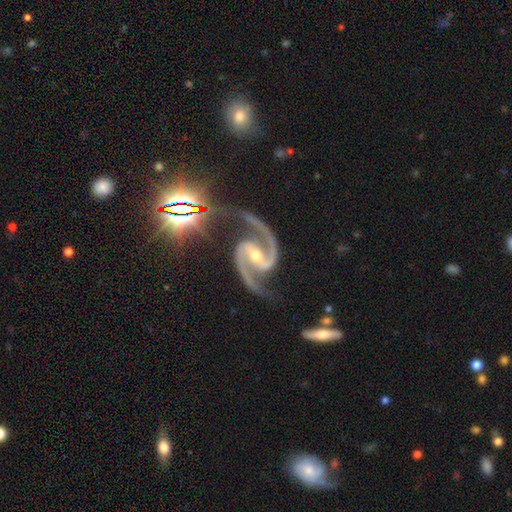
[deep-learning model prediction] featured or disk 93%, star or artifact 5%, smooth 2%. Down the decision tree: edge-on disk — no (98%); bar — strong (49%); spiral arms — yes (99%); spiral arm count — 2 (94%); spiral winding — medium (69%); bulge size — moderate (48%, tied with small); merging — none (73%).